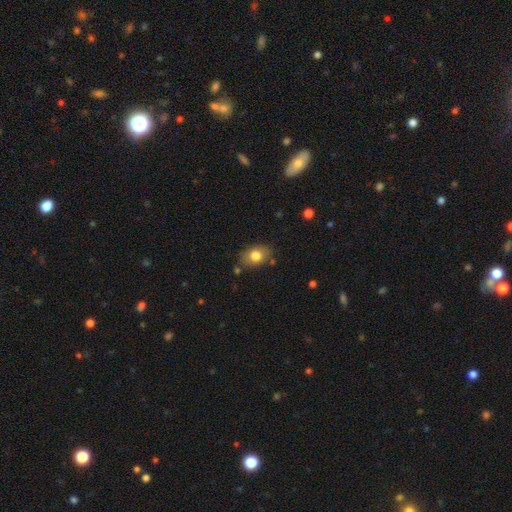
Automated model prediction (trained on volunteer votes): smooth_or_featured: smooth (p=0.79) [alt: featured or disk p=0.12]
how_rounded: in between (p=0.74) [alt: round p=0.25]
merging: none (p=0.77) [alt: minor disturbance p=0.16]